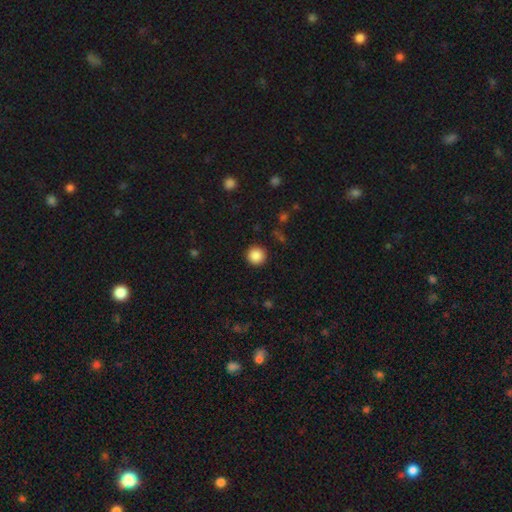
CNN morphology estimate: Smooth or featured? smooth (87%)
How rounded? round (95%)
Merging? none (92%)